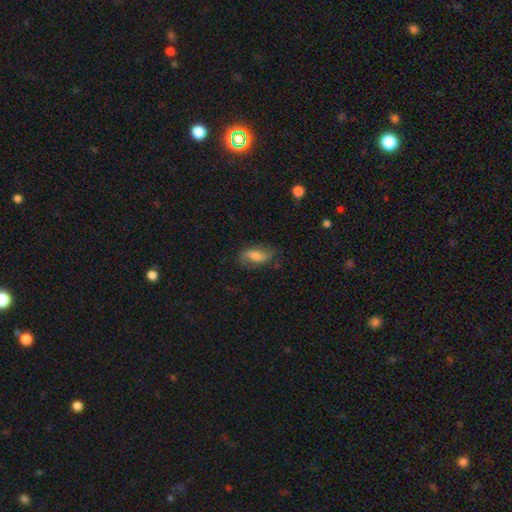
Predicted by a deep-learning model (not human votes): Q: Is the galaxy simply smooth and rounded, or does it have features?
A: smooth — 55%.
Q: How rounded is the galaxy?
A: in between — 82%.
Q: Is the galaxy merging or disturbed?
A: none — 72%.